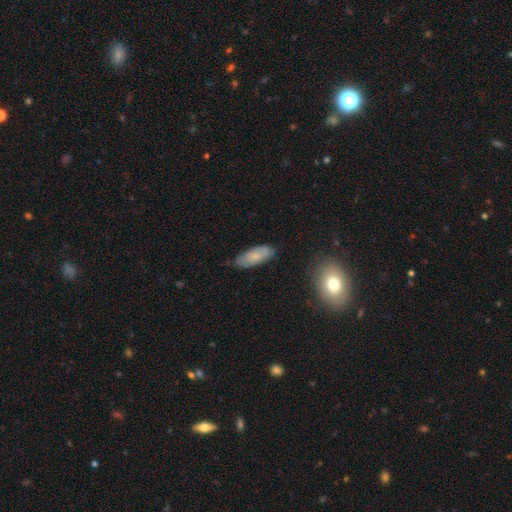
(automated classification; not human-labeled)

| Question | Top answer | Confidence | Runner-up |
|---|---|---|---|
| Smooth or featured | smooth | 68% | featured or disk (25%) |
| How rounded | in between | 75% | cigar-shaped (23%) |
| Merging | none | 73% | minor disturbance (21%) |